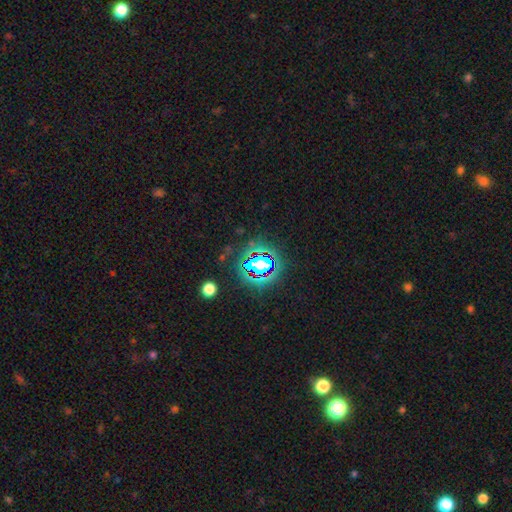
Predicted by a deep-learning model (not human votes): Smooth or featured? star or artifact (80%)